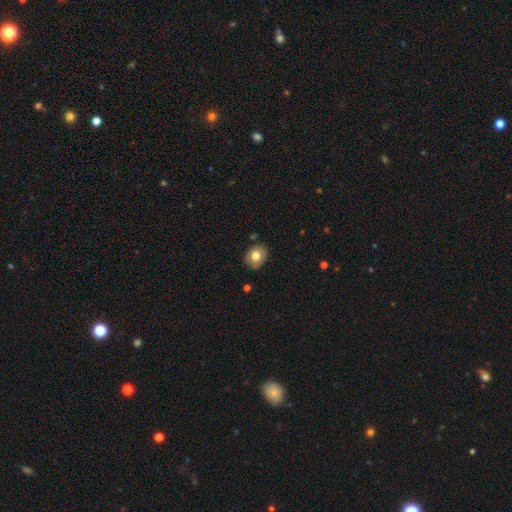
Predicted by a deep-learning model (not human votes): smooth_or_featured: smooth (p=0.74) [alt: featured or disk p=0.17]
how_rounded: round (p=0.50) [alt: in between p=0.49]
merging: none (p=0.81) [alt: minor disturbance p=0.15]